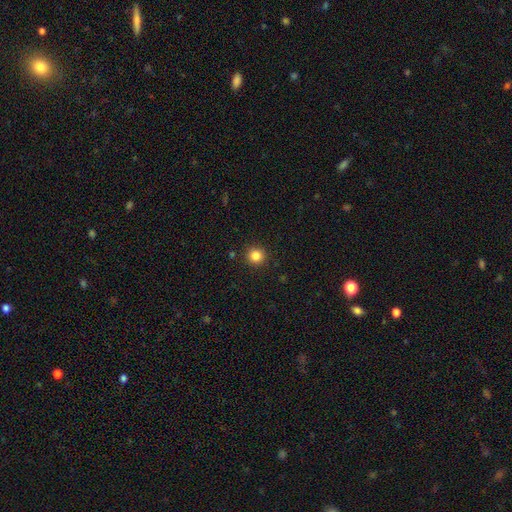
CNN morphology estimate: Smooth or featured? Predicted: smooth (p=0.84). How rounded? Predicted: round (p=0.94). Merging? Predicted: none (p=0.92).